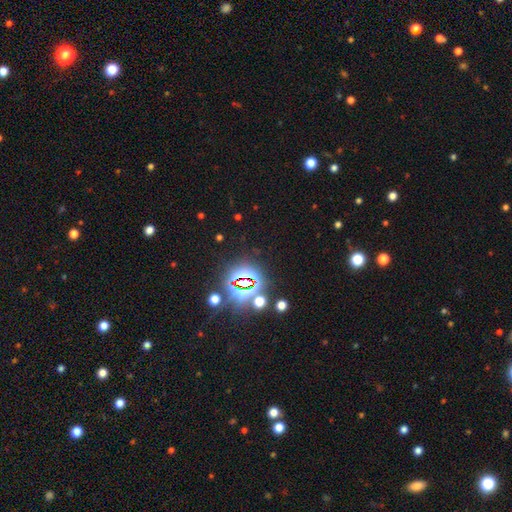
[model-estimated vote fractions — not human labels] A star or artifact, not a galaxy (85%).